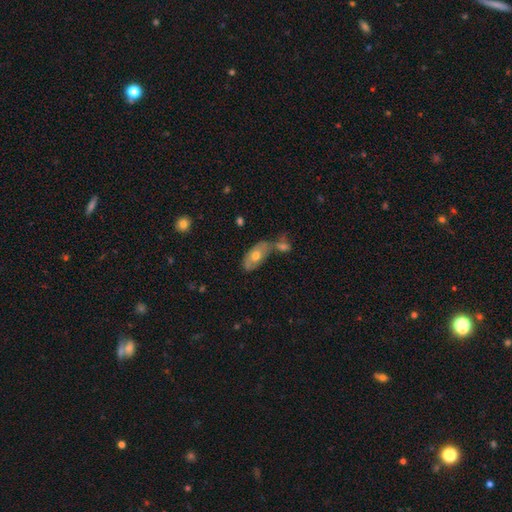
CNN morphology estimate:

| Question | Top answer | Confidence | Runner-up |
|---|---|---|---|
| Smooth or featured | smooth | 60% | featured or disk (33%) |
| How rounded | in between | 89% | cigar-shaped (7%) |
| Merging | merger | 38% | tied: none (38%) |